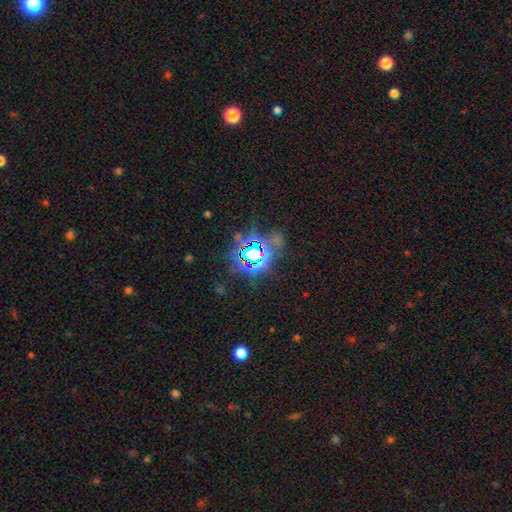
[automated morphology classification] star or artifact 78%, smooth 13%, featured or disk 9%.